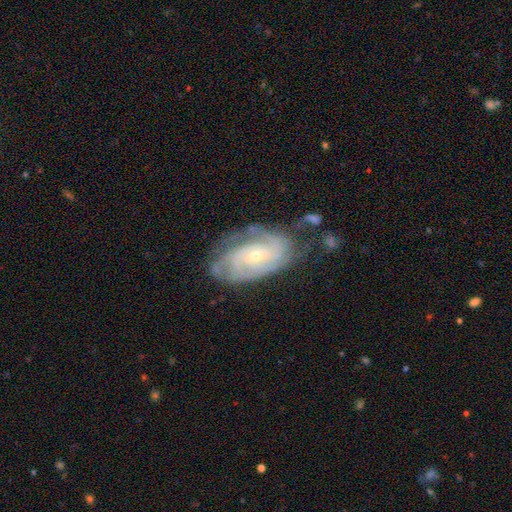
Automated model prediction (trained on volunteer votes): Overall: featured or disk (85%). Edge-on disk: no (96%). Bar: no (64%; weak 28%). Spiral arms: yes (96%). Spiral arm count: can't tell (30%; 2 26%). Spiral winding: tight (69%). Bulge size: small (73%). Merging: none (62%; minor disturbance 24%).